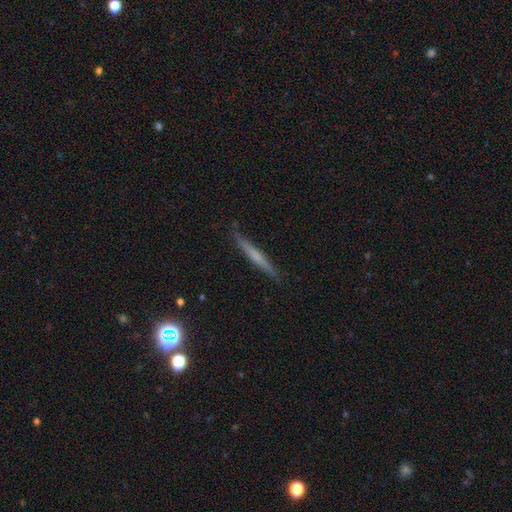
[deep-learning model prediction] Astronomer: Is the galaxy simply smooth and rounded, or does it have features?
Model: featured or disk — 51% (runner-up: smooth, 42%).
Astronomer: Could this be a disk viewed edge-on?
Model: yes — 96%.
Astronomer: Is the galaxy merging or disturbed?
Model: none — 87%.